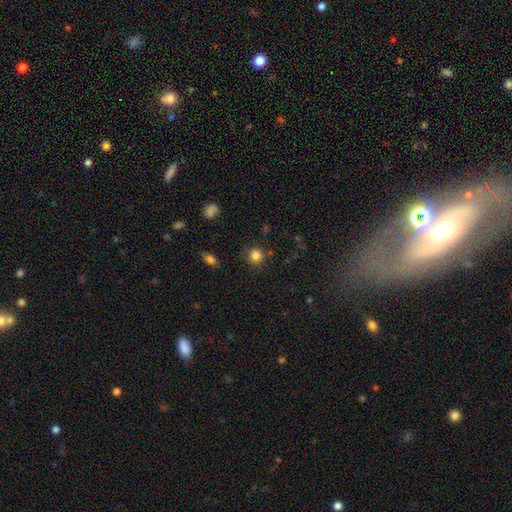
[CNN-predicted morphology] A smooth galaxy with no disk features (84%) that is round (92%).

Vote fractions:
- Smooth or featured? smooth: 84% / star or artifact: 12% / featured or disk: 5%
- How rounded? round: 92% / in between: 7% / cigar-shaped: 1%
- Merging? none: 84% / minor disturbance: 9% / merger: 3% / major disturbance: 3%